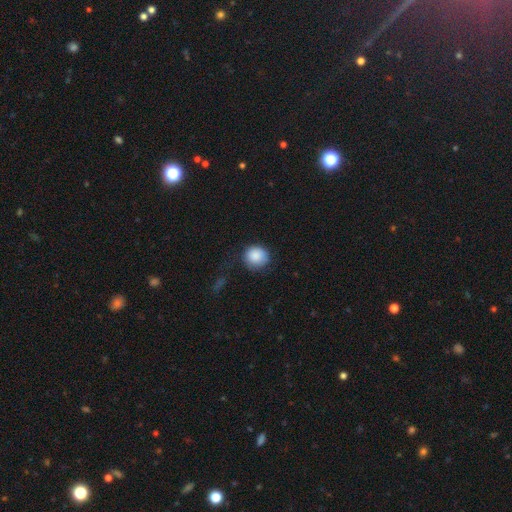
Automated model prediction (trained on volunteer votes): A smooth galaxy with no disk features (88%) that is round (90%). Merging: none (70%).